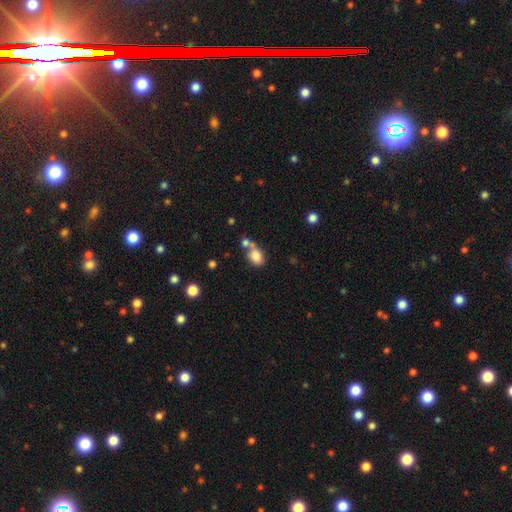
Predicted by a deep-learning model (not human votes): Q: Smooth or featured?
A: smooth (81%); runner-up: featured or disk (9%)
Q: How rounded?
A: in between (72%); runner-up: round (26%)
Q: Merging?
A: none (44%); runner-up: merger (36%)